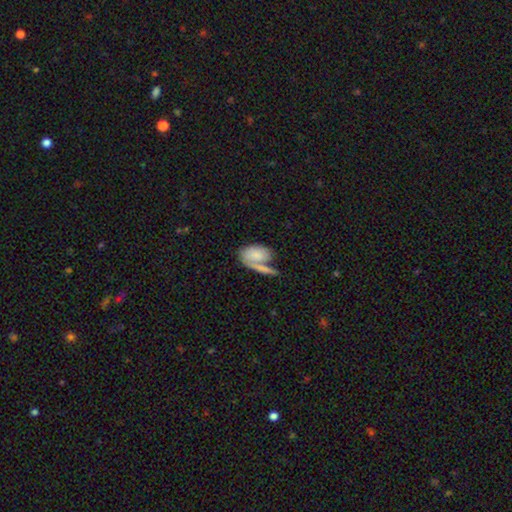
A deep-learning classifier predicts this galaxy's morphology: Smooth or featured? Predicted: smooth (p=0.72). How rounded? Predicted: in between (p=0.89). Merging? Predicted: merger (p=0.39).